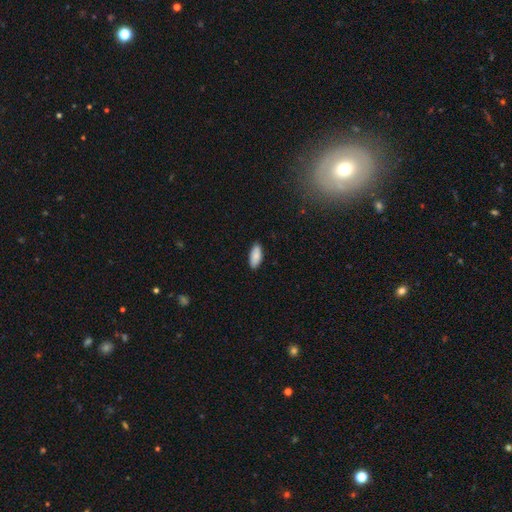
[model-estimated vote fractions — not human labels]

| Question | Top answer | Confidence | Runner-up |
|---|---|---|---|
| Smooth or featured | smooth | 87% | featured or disk (7%) |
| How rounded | in between | 86% | cigar-shaped (12%) |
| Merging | none | 87% | minor disturbance (10%) |